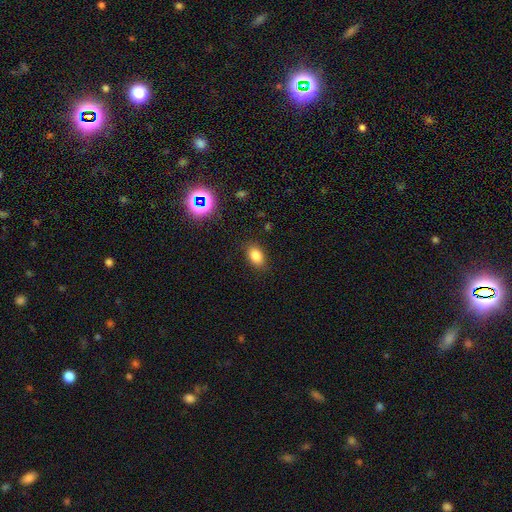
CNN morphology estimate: smooth 82%, star or artifact 12%, featured or disk 6%. Down the decision tree: how rounded — in between (82%); merging — none (85%).